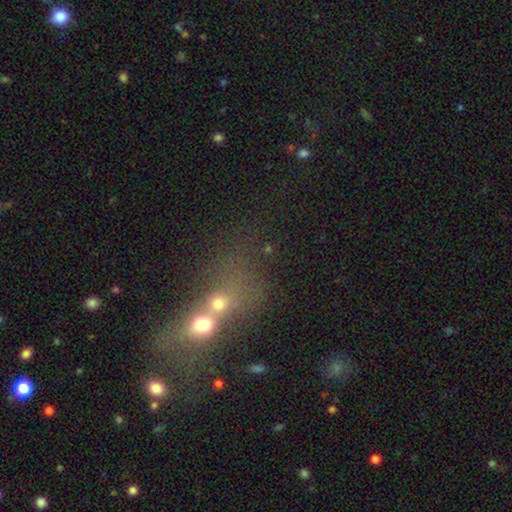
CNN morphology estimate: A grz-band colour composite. It shows a smooth galaxy with no disk features (42%). Merging: merger (69%).